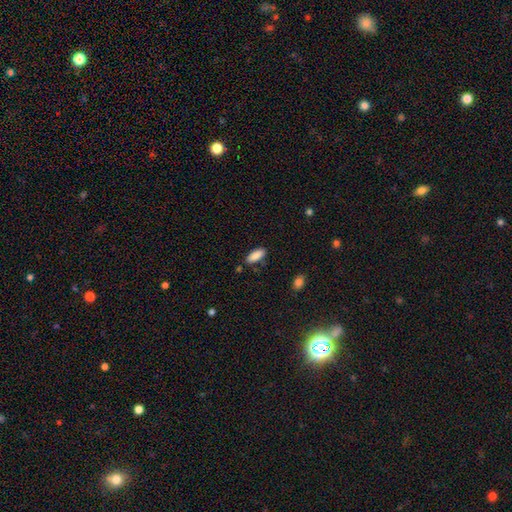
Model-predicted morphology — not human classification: Overall: smooth (88%). How rounded: in between (77%). Merging: none (82%).